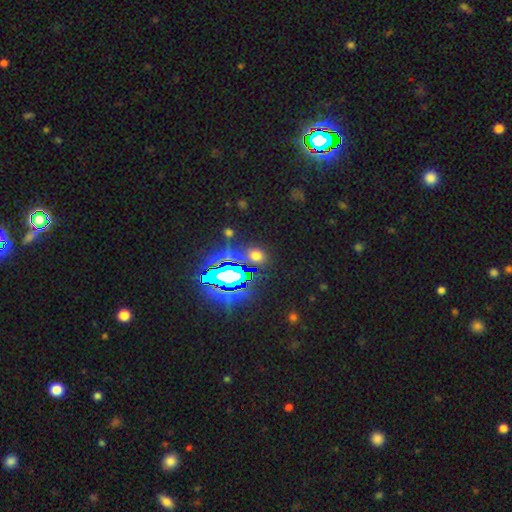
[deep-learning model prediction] Overall: smooth (46%, tied with star or artifact). Merging: none (81%).